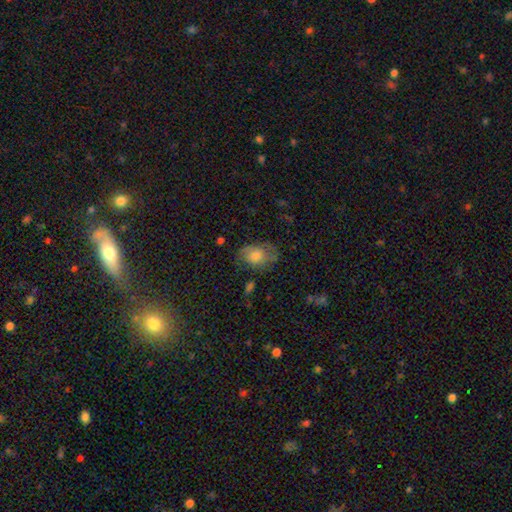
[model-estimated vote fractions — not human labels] This is likely a smooth galaxy (61%). How rounded: likely in between (76%). Merging: possibly none (58%).